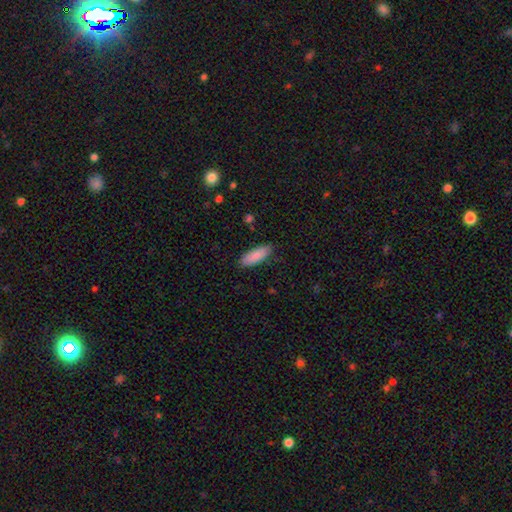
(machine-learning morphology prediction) A smooth galaxy with no disk features (87%) that is in between round and cigar-shaped (67%). Merging: none (85%).